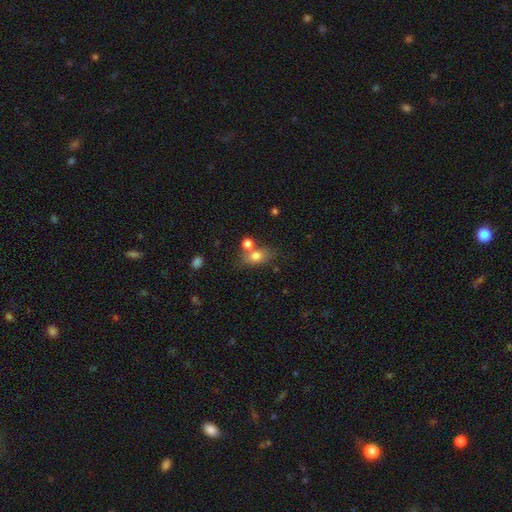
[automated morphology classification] type=smooth (74%); roundness=in between (69%); merging=none (54%).